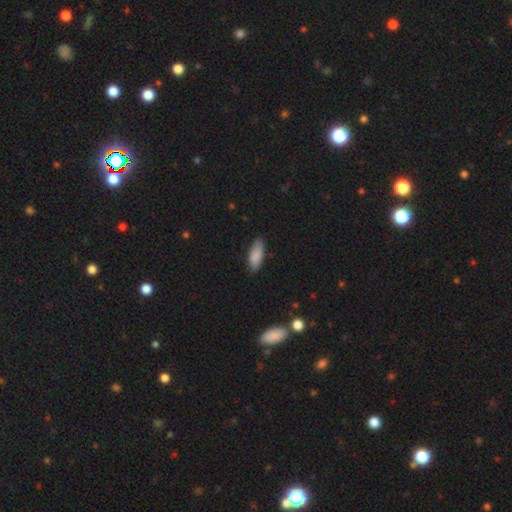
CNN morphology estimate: type=smooth (86%); roundness=in between (77%); merging=none (80%).